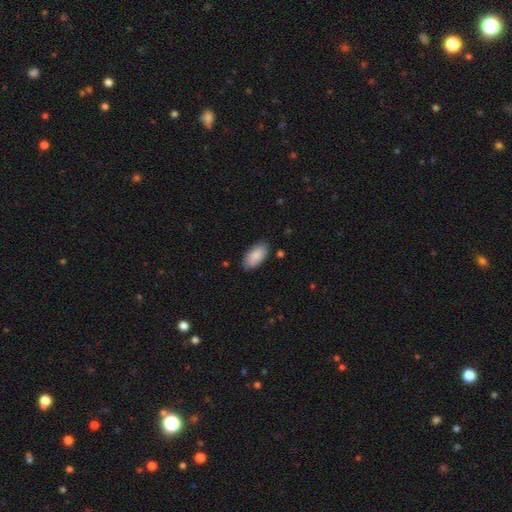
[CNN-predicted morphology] Q: Smooth or featured?
A: smooth (87%); runner-up: featured or disk (7%)
Q: How rounded?
A: in between (94%); runner-up: cigar-shaped (4%)
Q: Merging?
A: none (83%); runner-up: minor disturbance (13%)